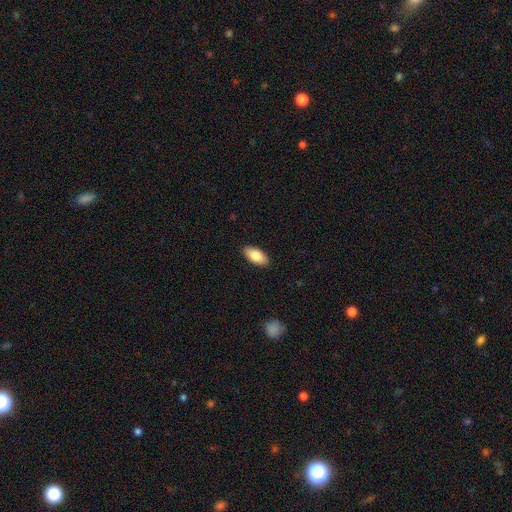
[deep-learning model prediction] smooth-or-featured: smooth: 84% | featured or disk: 10% | star or artifact: 6%
  how-rounded: in between: 90% | cigar-shaped: 7% | round: 2%
  merging: none: 90% | minor disturbance: 8% | major disturbance: 2% | merger: 1%